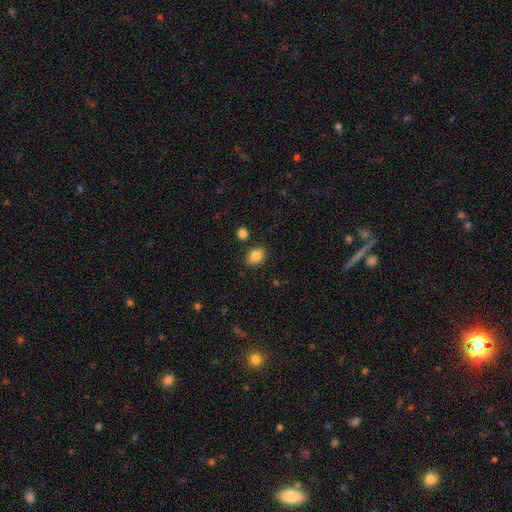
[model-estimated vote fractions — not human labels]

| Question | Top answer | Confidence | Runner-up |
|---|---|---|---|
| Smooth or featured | smooth | 86% | star or artifact (9%) |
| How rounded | in between | 60% | round (39%) |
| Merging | none | 82% | minor disturbance (11%) |